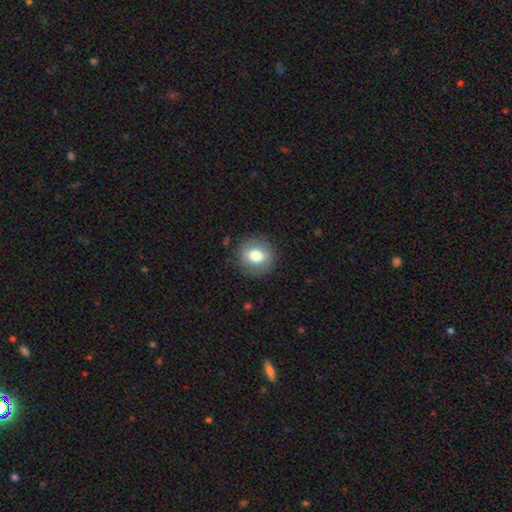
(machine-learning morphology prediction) Q: Smooth or featured?
A: smooth (75%); runner-up: featured or disk (16%)
Q: How rounded?
A: round (84%); runner-up: in between (15%)
Q: Merging?
A: none (88%); runner-up: minor disturbance (8%)